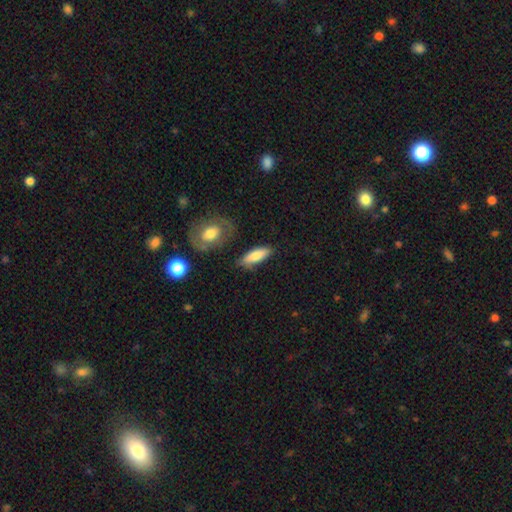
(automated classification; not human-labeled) A smooth galaxy with no disk features (78%) that is in between round and cigar-shaped (56%). Merging: none (76%).